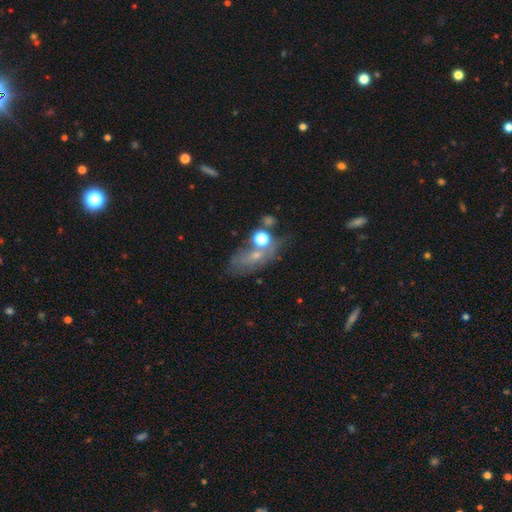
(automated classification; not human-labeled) This appears to be a smooth galaxy with no disk features (43%). Merging: none (50%).